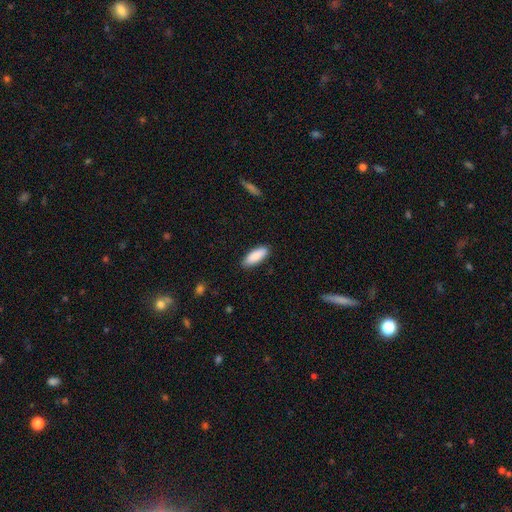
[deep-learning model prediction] The model was most divided on "how rounded": in between: 71%, cigar-shaped: 28%, round: 2%. More confident: smooth or featured — smooth (90%); merging — none (88%).